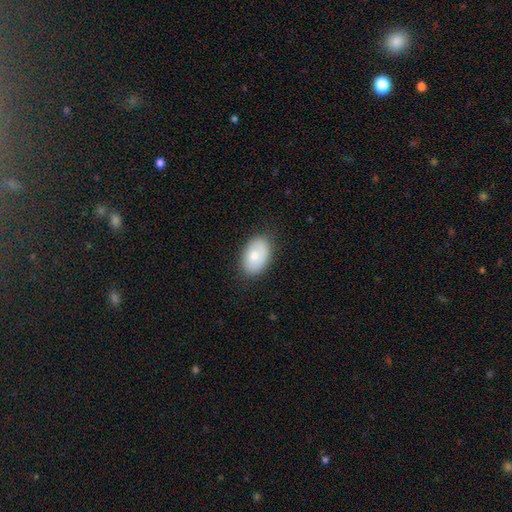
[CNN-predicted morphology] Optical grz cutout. It shows a smooth galaxy with no disk features (78%) that is in between round and cigar-shaped (90%). Merging: none (81%).